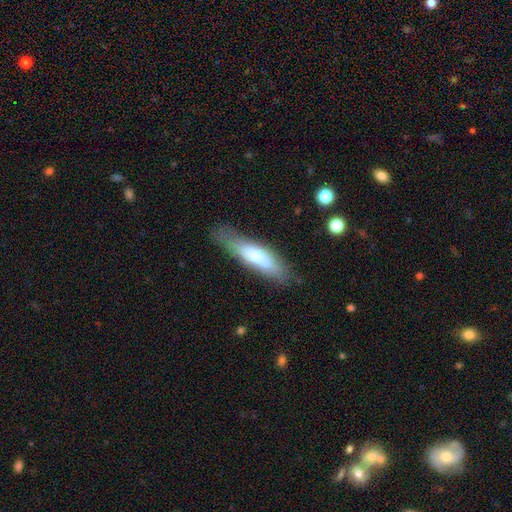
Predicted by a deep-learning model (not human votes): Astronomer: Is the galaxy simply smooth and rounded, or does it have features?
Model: smooth — 67%.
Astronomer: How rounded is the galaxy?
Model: cigar-shaped — 67%.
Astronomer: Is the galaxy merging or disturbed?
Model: none — 76%.